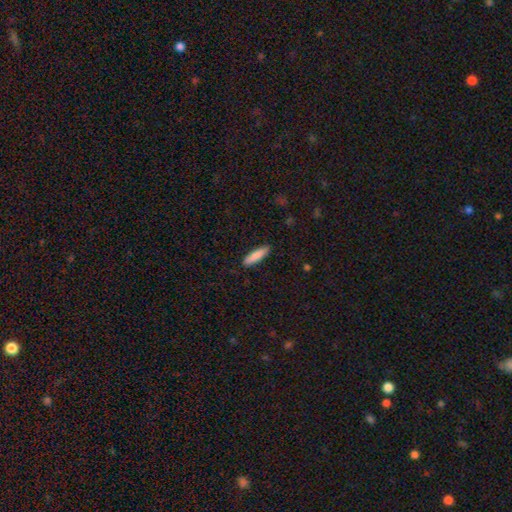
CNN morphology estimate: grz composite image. It shows a smooth galaxy with no disk features (86%) that is cigar-shaped (73%). Merging: none (89%).